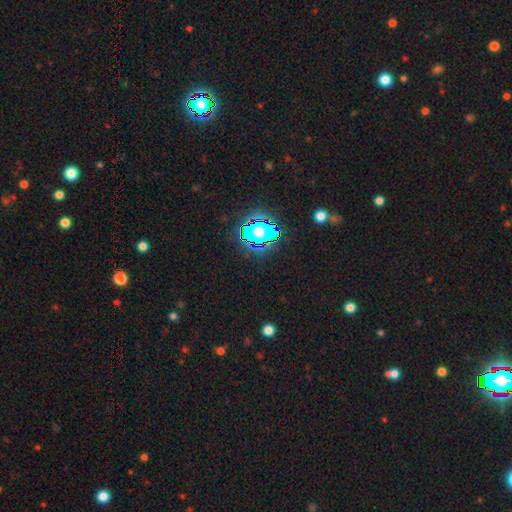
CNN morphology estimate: star or artifact 81%, smooth 12%, featured or disk 7%.